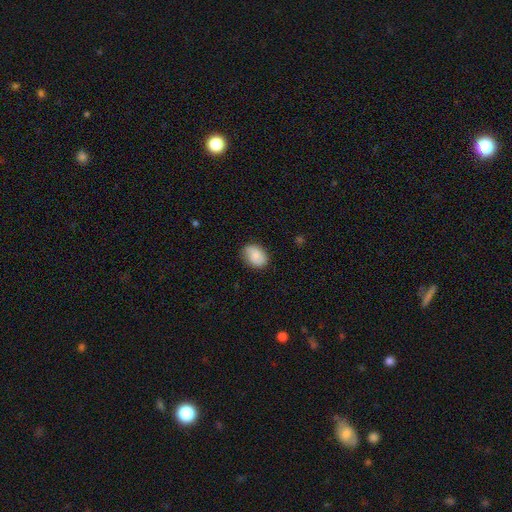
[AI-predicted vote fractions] A smooth galaxy with no disk features (80%) that is in between round and cigar-shaped (71%).

Vote fractions:
- Smooth or featured? smooth: 80% / featured or disk: 13% / star or artifact: 7%
- How rounded? in between: 71% / round: 28% / cigar-shaped: 1%
- Merging? none: 78% / minor disturbance: 17% / major disturbance: 4% / merger: 1%